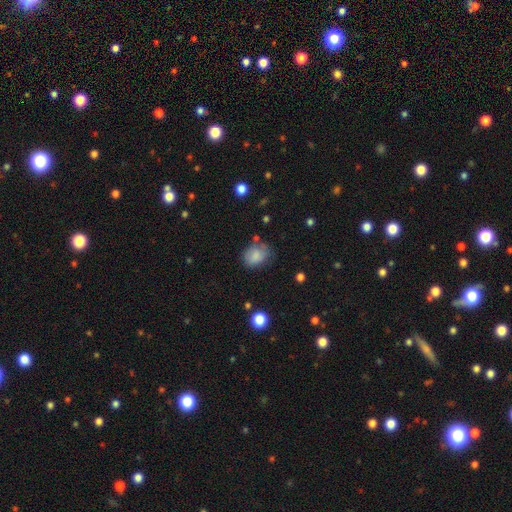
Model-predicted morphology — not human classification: Smooth or featured?
  - smooth: 82% *
  - featured or disk: 9%
  - star or artifact: 9%
How rounded?
  - in between: 60% *
  - round: 39%
  - cigar-shaped: 1%
Merging?
  - none: 60% *
  - minor disturbance: 26%
  - major disturbance: 9%
  - merger: 5%